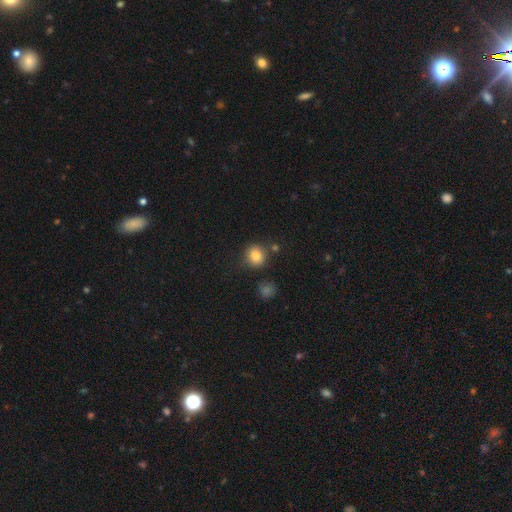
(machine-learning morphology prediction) The model was most divided on "merging": none: 81%, minor disturbance: 10%, merger: 6%, major disturbance: 3%. More confident: how rounded — round (88%); smooth or featured — smooth (83%).